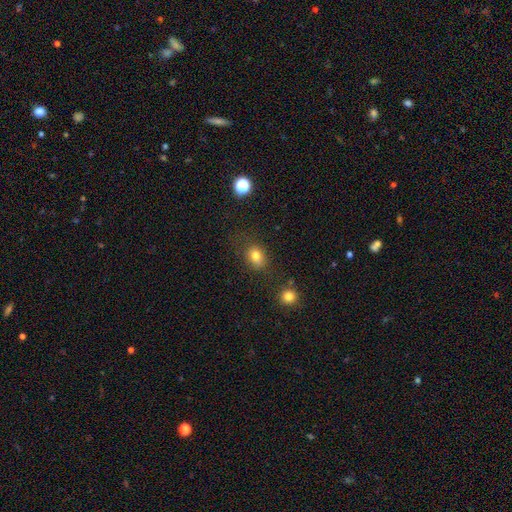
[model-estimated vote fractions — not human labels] A smooth galaxy with no disk features (78%) that is in between round and cigar-shaped (59%).

Vote fractions:
- Smooth or featured? smooth: 78% / star or artifact: 13% / featured or disk: 9%
- How rounded? in between: 59% / round: 40% / cigar-shaped: 1%
- Merging? none: 69% / minor disturbance: 19% / major disturbance: 7% / merger: 5%